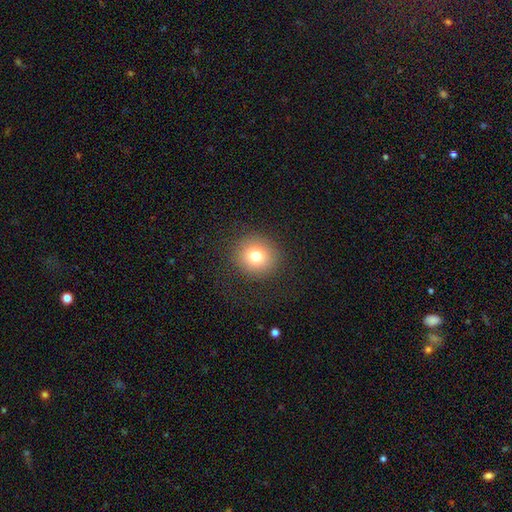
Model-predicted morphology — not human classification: type=smooth (76%); roundness=round (90%); merging=none (88%).